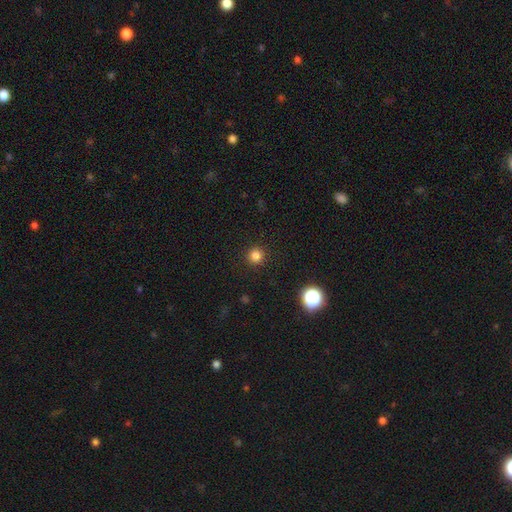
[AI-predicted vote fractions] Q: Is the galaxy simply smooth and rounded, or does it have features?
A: smooth — 82%.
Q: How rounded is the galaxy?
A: round — 95%.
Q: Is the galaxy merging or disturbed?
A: none — 91%.